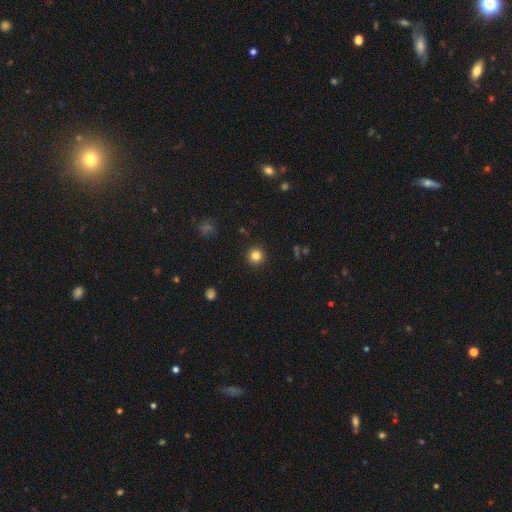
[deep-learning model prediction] Smooth or featured: smooth — 83% (star or artifact — 12%)
How rounded: round — 95% (in between — 4%)
Merging: none — 92% (minor disturbance — 5%)